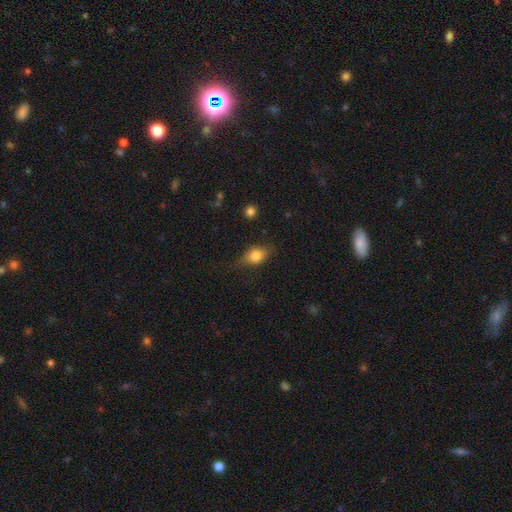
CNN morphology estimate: Q: Smooth or featured?
A: smooth (78%); runner-up: featured or disk (13%)
Q: How rounded?
A: in between (69%); runner-up: round (27%)
Q: Merging?
A: none (66%); runner-up: minor disturbance (25%)